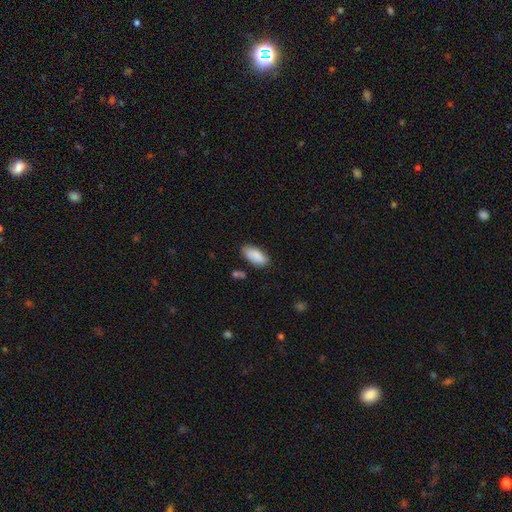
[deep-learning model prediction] Smooth or featured?
  - smooth: 88% *
  - star or artifact: 6%
  - featured or disk: 5%
How rounded?
  - in between: 90% *
  - cigar-shaped: 8%
  - round: 2%
Merging?
  - none: 77% *
  - minor disturbance: 17%
  - major disturbance: 3%
  - merger: 3%